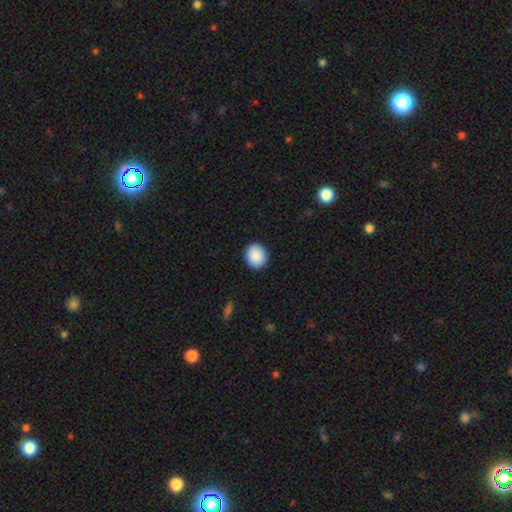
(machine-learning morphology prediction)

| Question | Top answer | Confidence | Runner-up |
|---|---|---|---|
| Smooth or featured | smooth | 89% | star or artifact (7%) |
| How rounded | round | 73% | in between (26%) |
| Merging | none | 91% | minor disturbance (6%) |